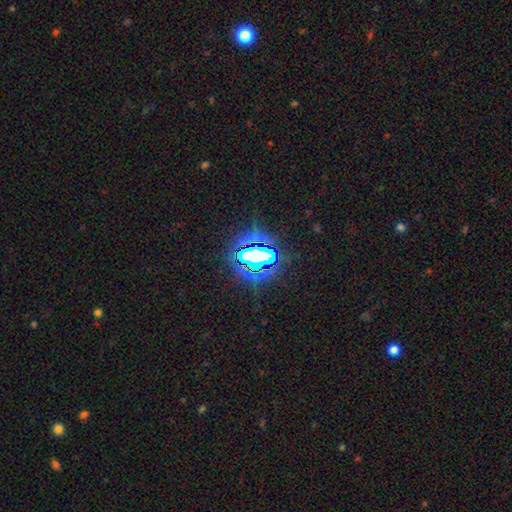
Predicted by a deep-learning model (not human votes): star or artifact 72%, smooth 17%, featured or disk 11%.